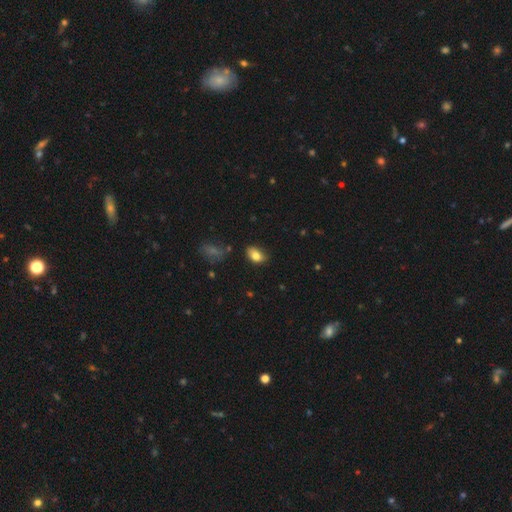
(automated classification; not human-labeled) Morphology: type=smooth (81%); roundness=in between (86%); merging=none (76%).